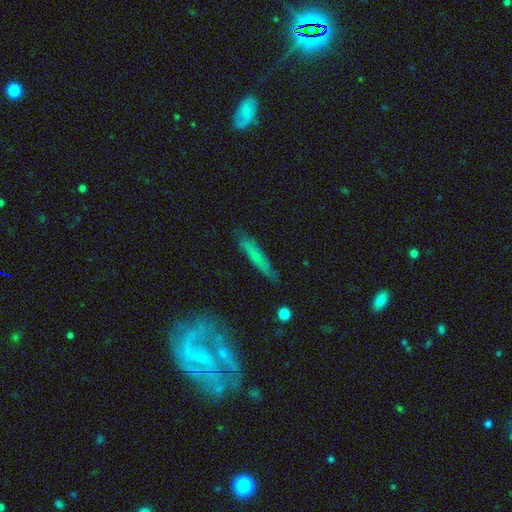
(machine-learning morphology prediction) Smooth or featured?
  - smooth: 55% *
  - featured or disk: 38%
  - star or artifact: 8%
How rounded?
  - cigar-shaped: 90% *
  - in between: 8%
  - round: 2%
Merging?
  - none: 80% *
  - minor disturbance: 13%
  - major disturbance: 4%
  - merger: 3%